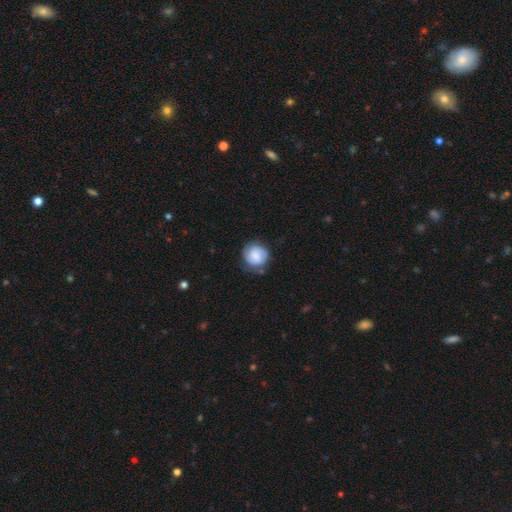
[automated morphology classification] Smooth or featured?
  - featured or disk: 47% *
  - smooth: 45%
  - star or artifact: 7%
Merging?
  - none: 71% *
  - minor disturbance: 20%
  - major disturbance: 7%
  - merger: 2%